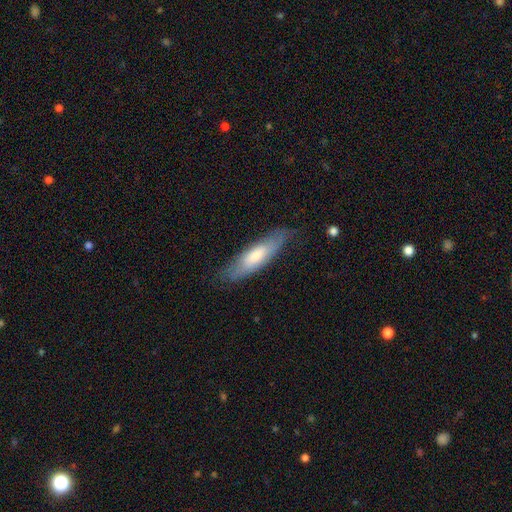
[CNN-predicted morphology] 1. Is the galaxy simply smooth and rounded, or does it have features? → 63% smooth, 31% featured or disk, 6% star or artifact.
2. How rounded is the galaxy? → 60% cigar-shaped, 38% in between, 1% round.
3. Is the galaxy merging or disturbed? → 73% none, 20% minor disturbance, 5% major disturbance, 1% merger.